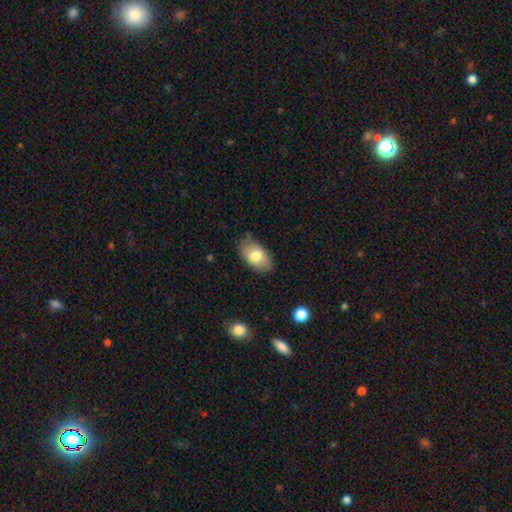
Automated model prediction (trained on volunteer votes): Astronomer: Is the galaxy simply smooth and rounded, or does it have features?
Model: smooth — 76%.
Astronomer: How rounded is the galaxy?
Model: in between — 93%.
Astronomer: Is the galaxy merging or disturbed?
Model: none — 79%.